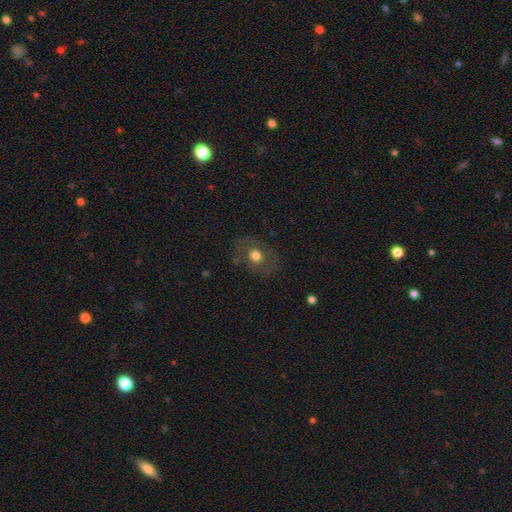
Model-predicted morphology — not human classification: A smooth galaxy with no disk features (62%) that is round (50%).

Vote fractions:
- Smooth or featured? smooth: 62% / featured or disk: 26% / star or artifact: 12%
- How rounded? round: 50% / in between: 48% / cigar-shaped: 1%
- Merging? none: 78% / minor disturbance: 14% / major disturbance: 7% / merger: 2%